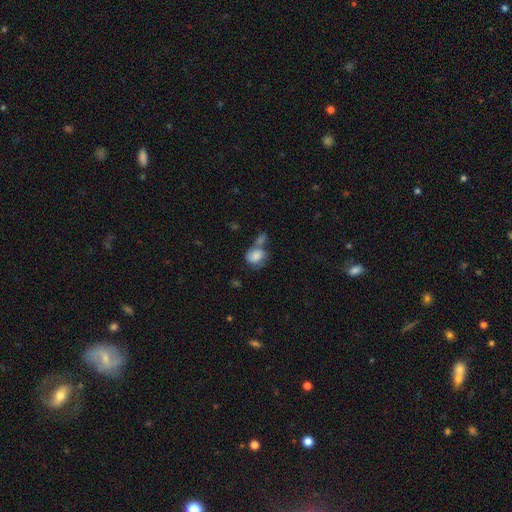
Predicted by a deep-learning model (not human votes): Smooth or featured? Predicted: smooth (p=0.72). How rounded? Predicted: in between (p=0.57). Merging? Predicted: merger (p=0.44).